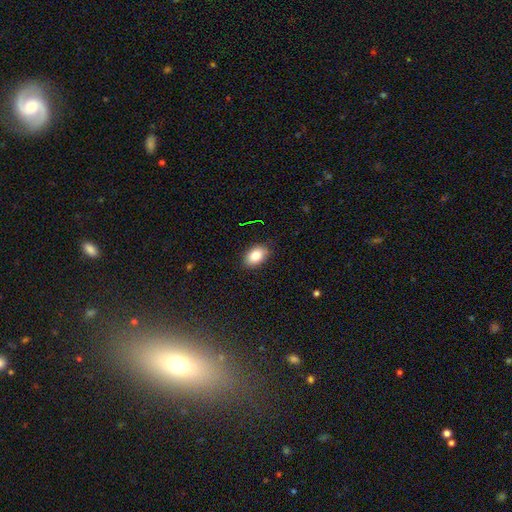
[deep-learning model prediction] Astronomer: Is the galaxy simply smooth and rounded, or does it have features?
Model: smooth — 84%.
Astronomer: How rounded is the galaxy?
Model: in between — 88%.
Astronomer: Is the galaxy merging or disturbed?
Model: none — 88%.